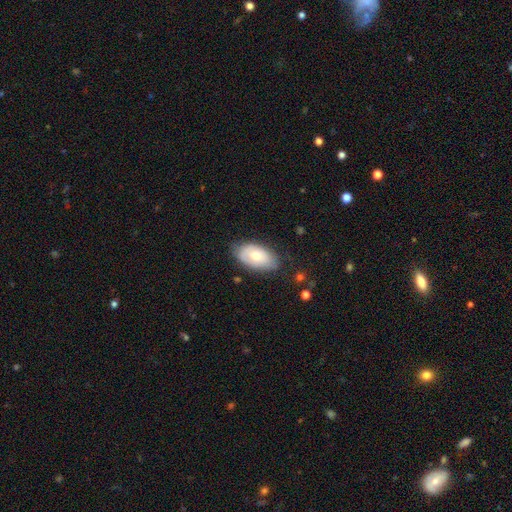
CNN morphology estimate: A smooth galaxy with no disk features (60%) that is in between round and cigar-shaped (93%).

Vote fractions:
- Smooth or featured? smooth: 60% / featured or disk: 34% / star or artifact: 6%
- How rounded? in between: 93% / round: 5% / cigar-shaped: 2%
- Merging? none: 75% / minor disturbance: 20% / major disturbance: 4% / merger: 1%